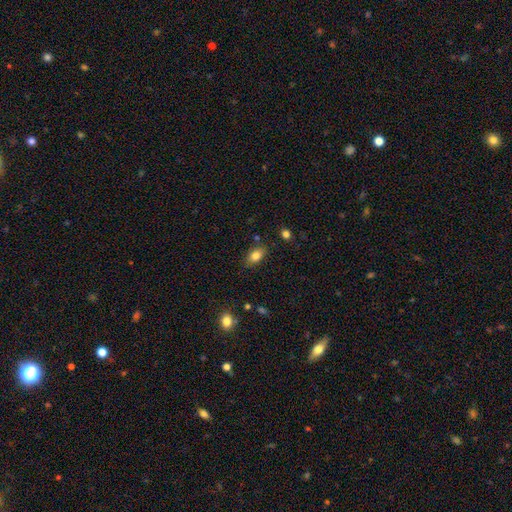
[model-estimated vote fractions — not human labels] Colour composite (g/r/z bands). It shows a smooth galaxy with no disk features (83%) that is in between round and cigar-shaped (87%). Merging: none (81%).